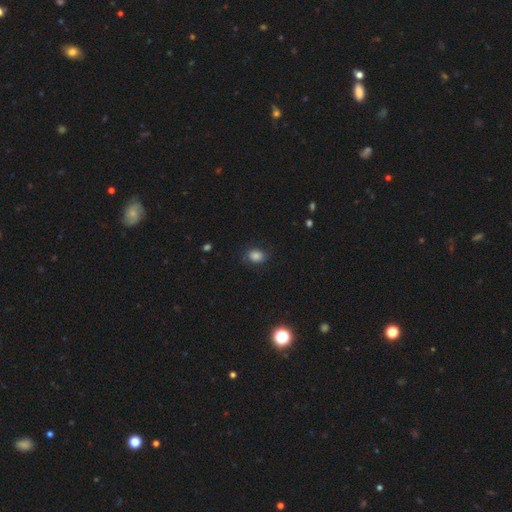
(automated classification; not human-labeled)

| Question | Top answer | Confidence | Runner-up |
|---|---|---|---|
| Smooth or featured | smooth | 78% | star or artifact (12%) |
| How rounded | in between | 53% | round (46%) |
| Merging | none | 75% | minor disturbance (17%) |